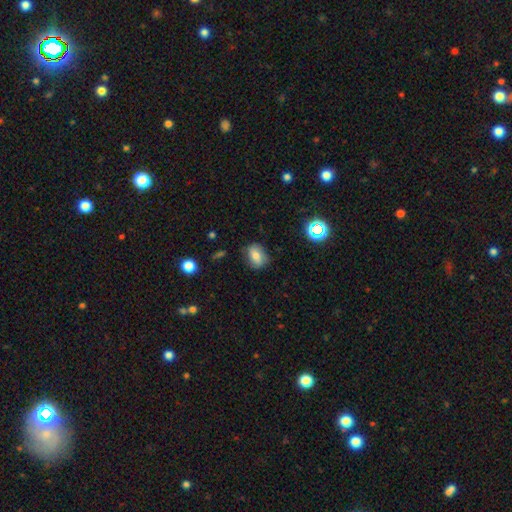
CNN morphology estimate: This is likely a smooth galaxy (64%). How rounded: likely in between (69%). Merging: likely none (72%).